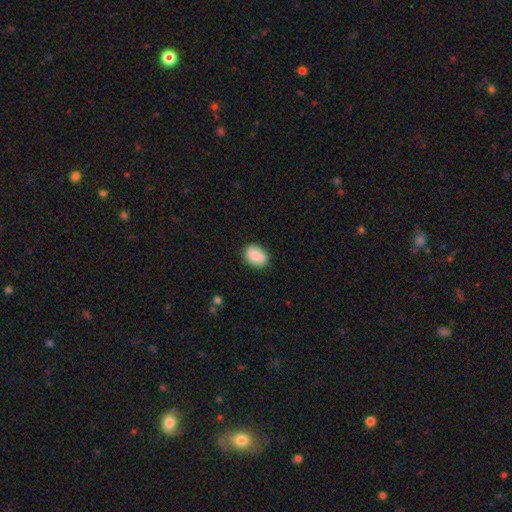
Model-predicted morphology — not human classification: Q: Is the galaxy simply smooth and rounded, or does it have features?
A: smooth — 90%.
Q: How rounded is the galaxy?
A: in between — 81%.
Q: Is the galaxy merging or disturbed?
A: none — 87%.